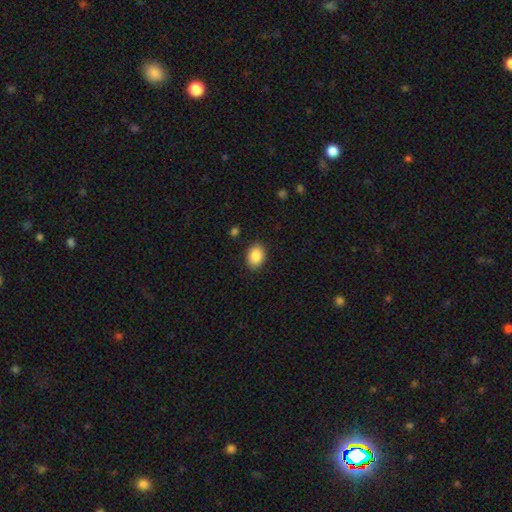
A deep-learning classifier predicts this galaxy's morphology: A smooth galaxy with no disk features (87%) that is in between round and cigar-shaped (72%). Merging: none (87%).